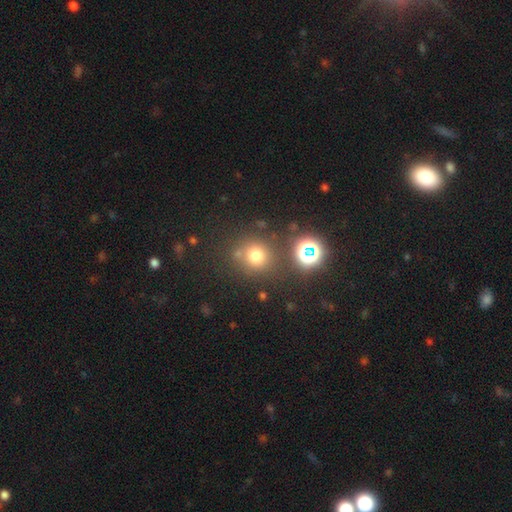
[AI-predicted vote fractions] smooth_or_featured: smooth (p=0.71) [alt: star or artifact p=0.21]
how_rounded: round (p=0.89) [alt: in between p=0.10]
merging: none (p=0.75) [alt: minor disturbance p=0.10]